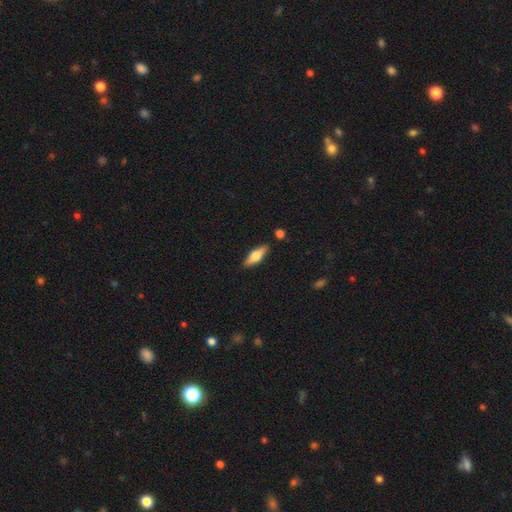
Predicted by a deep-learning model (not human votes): Smooth or featured: smooth — 52% (featured or disk — 42%)
How rounded: in between — 52% (cigar-shaped — 45%)
Merging: none — 86% (minor disturbance — 9%)